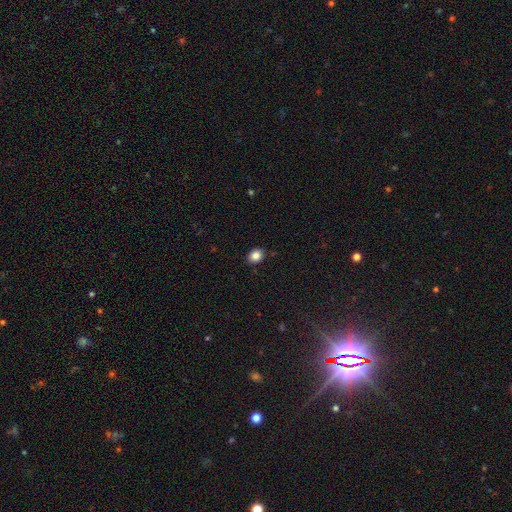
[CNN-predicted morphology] Smooth or featured?
  - smooth: 85% *
  - star or artifact: 10%
  - featured or disk: 5%
How rounded?
  - round: 51% *
  - in between: 48%
  - cigar-shaped: 1%
Merging?
  - none: 87% *
  - minor disturbance: 9%
  - major disturbance: 2%
  - merger: 1%